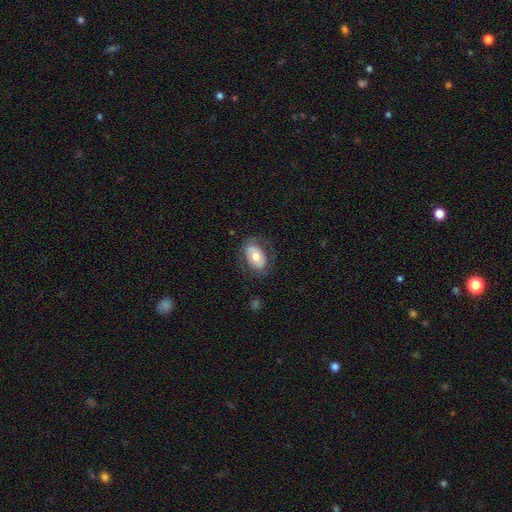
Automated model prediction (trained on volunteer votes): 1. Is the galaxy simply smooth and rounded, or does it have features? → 56% smooth, 38% featured or disk, 6% star or artifact.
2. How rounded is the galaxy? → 88% in between, 10% round, 2% cigar-shaped.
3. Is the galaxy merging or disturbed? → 71% none, 17% minor disturbance, 10% major disturbance, 1% merger.